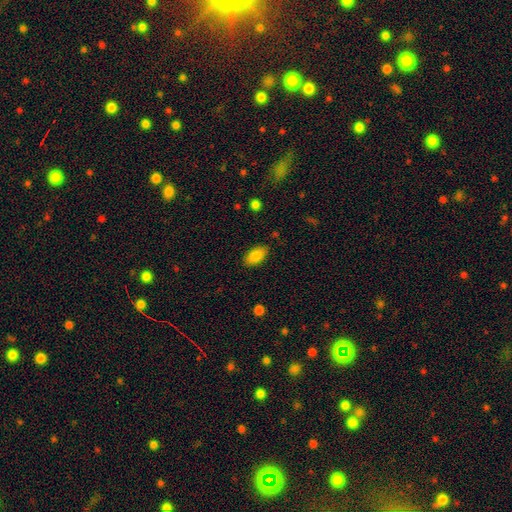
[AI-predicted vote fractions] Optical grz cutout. It shows a smooth galaxy with no disk features (85%) that is in between round and cigar-shaped (92%). Merging: none (84%).